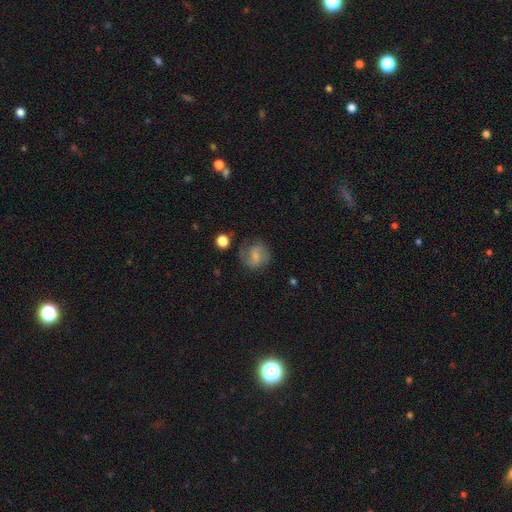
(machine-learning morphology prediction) This is possibly a smooth galaxy (46%). Merging: likely none (65%).